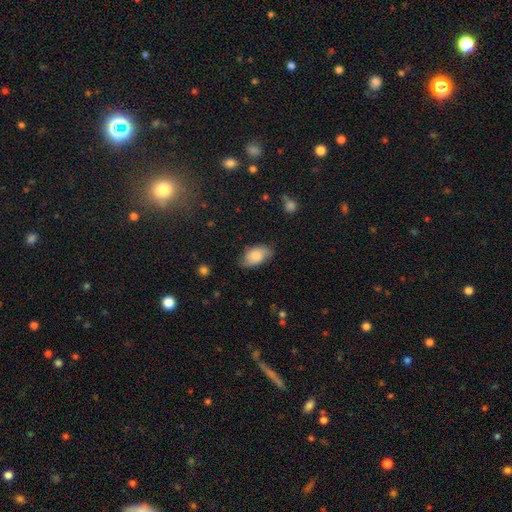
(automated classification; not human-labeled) smooth 72%, featured or disk 21%, star or artifact 8%. Down the decision tree: how rounded — in between (93%); merging — none (68%).